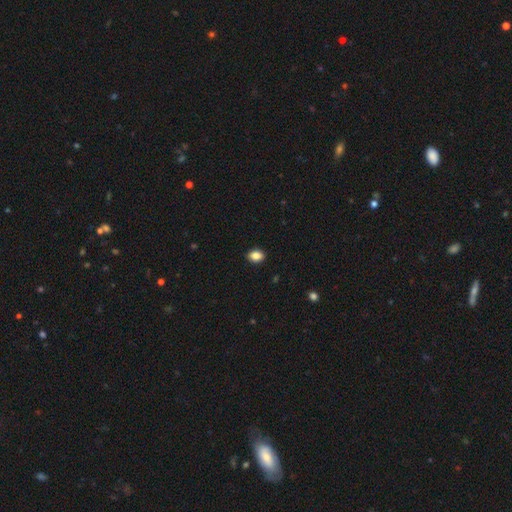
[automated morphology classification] type=smooth (87%); roundness=in between (69%); merging=none (91%).